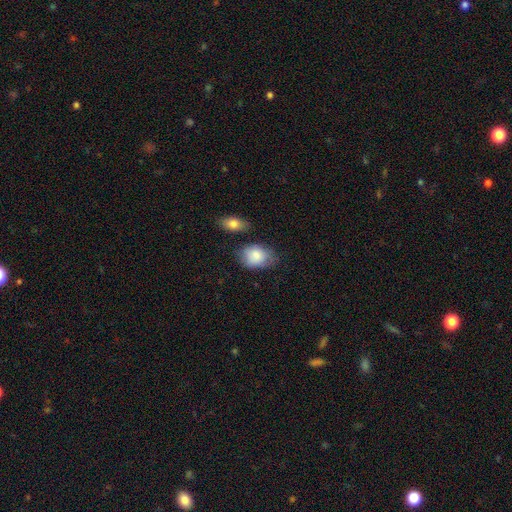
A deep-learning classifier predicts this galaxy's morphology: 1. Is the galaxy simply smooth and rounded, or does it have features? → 83% smooth, 10% featured or disk, 7% star or artifact.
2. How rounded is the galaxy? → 76% in between, 23% round, 1% cigar-shaped.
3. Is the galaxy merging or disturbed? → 63% none, 24% minor disturbance, 6% merger, 6% major disturbance.